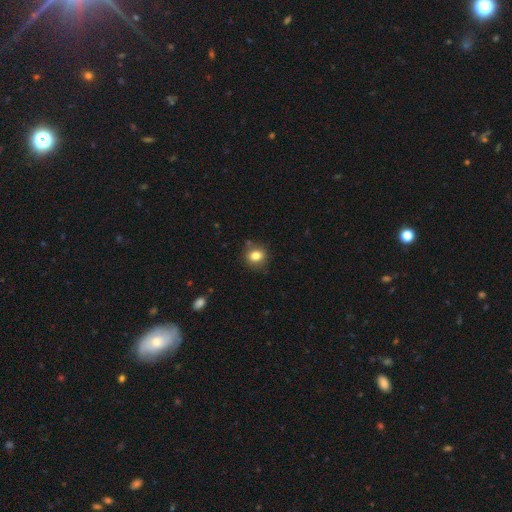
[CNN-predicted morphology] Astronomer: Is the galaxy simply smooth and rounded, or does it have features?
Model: smooth — 82%.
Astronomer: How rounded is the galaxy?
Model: round — 67%.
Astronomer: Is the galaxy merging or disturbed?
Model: none — 83%.